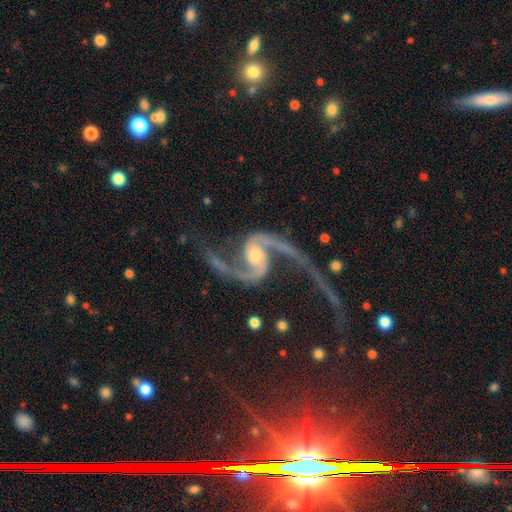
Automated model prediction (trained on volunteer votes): Q: Smooth or featured?
A: featured or disk (93%); runner-up: star or artifact (4%)
Q: Edge-on disk?
A: no (98%); runner-up: yes (2%)
Q: Bar?
A: no (50%); runner-up: weak (35%)
Q: Spiral arms?
A: yes (98%); runner-up: no (2%)
Q: Spiral winding?
A: loose (73%); runner-up: medium (22%)
Q: Spiral arm count?
A: 2 (94%); runner-up: 1 (2%)
Q: Bulge size?
A: small (45%); runner-up: moderate (43%)
Q: Merging?
A: none (54%); runner-up: major disturbance (24%)